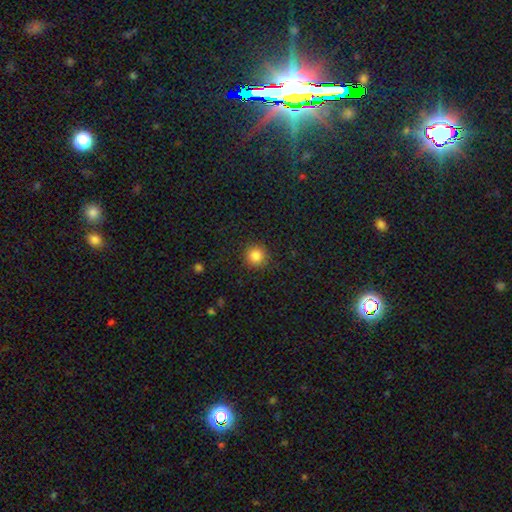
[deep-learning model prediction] Overall: smooth (84%). How rounded: round (95%). Merging: none (91%).